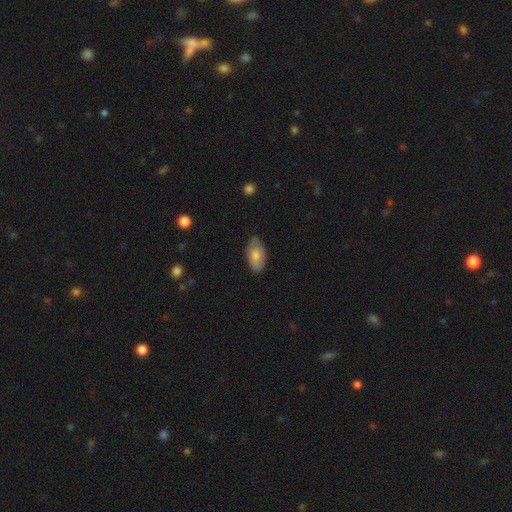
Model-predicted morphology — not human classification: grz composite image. It shows a smooth galaxy with no disk features (73%) that is in between round and cigar-shaped (94%). Merging: none (75%).